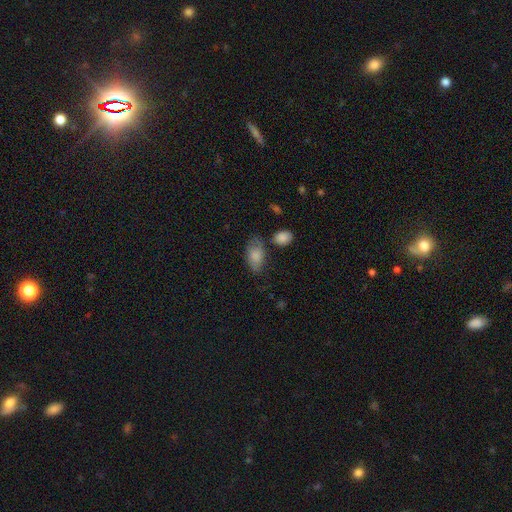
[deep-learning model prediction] Q: Smooth or featured?
A: smooth (78%); runner-up: featured or disk (15%)
Q: How rounded?
A: in between (90%); runner-up: round (8%)
Q: Merging?
A: none (58%); runner-up: minor disturbance (27%)